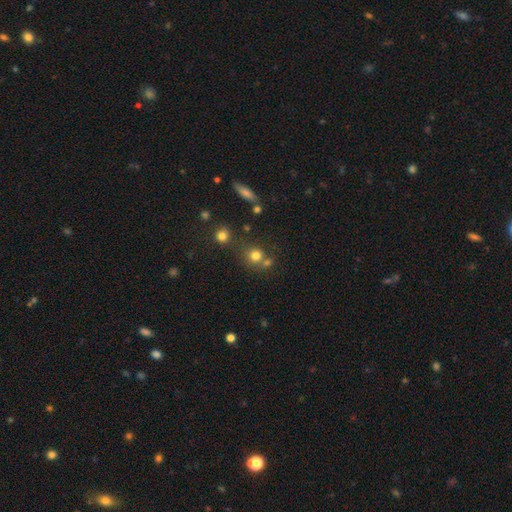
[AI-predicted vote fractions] smooth 76%, star or artifact 15%, featured or disk 9%. Down the decision tree: how rounded — round (87%); merging — none (60%).